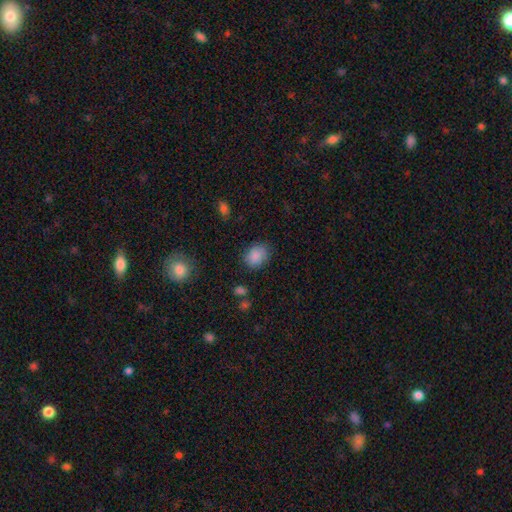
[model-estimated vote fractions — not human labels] Morphology: type=smooth (86%); roundness=in between (53%); merging=none (80%).